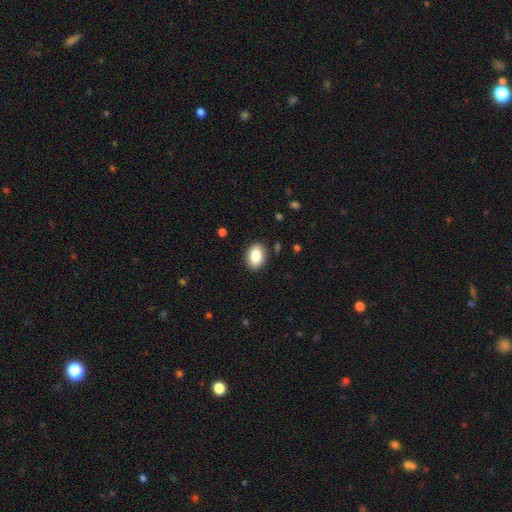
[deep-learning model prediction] This appears to be a smooth galaxy with no disk features (85%) that is in between round and cigar-shaped (82%). Merging: none (88%).